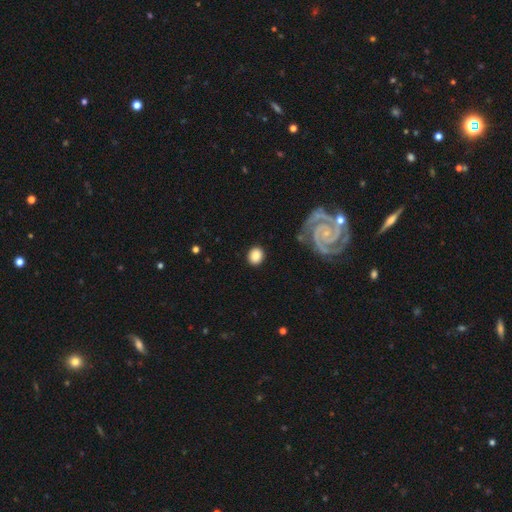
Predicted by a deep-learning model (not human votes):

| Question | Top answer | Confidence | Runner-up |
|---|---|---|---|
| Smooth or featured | smooth | 79% | featured or disk (13%) |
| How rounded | round | 71% | in between (28%) |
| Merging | none | 87% | minor disturbance (8%) |